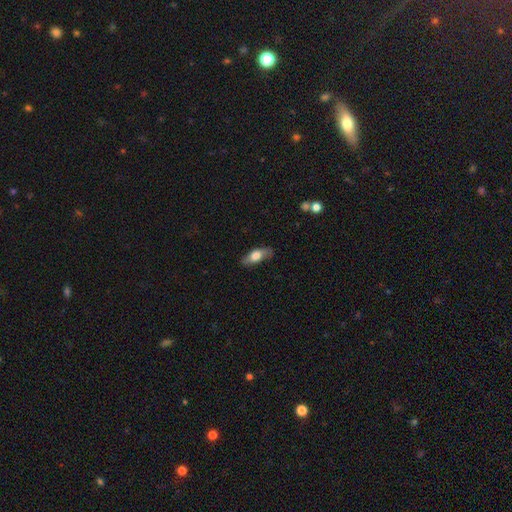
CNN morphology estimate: A smooth galaxy with no disk features (66%) that is in between round and cigar-shaped (68%). Merging: none (80%).